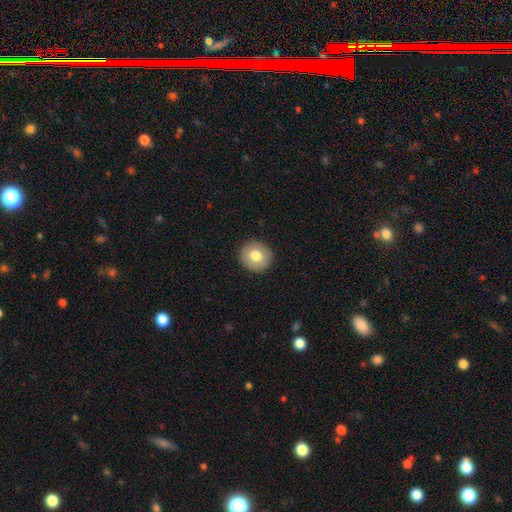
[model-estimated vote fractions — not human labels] This appears to be a smooth galaxy with no disk features (75%) that is round (88%). Merging: none (91%).